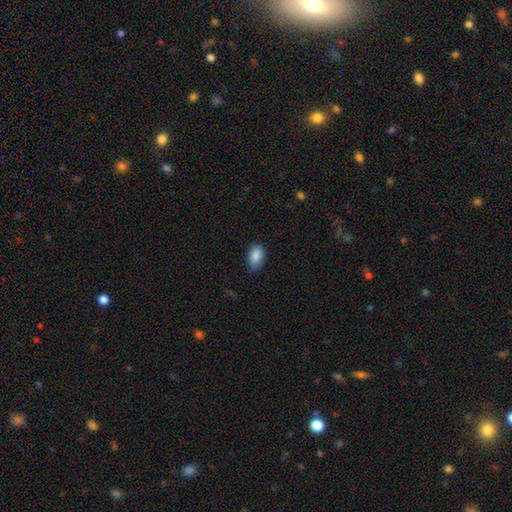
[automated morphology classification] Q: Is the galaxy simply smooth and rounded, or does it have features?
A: smooth — 88%.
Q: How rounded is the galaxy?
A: in between — 91%.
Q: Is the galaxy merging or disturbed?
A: none — 73%.